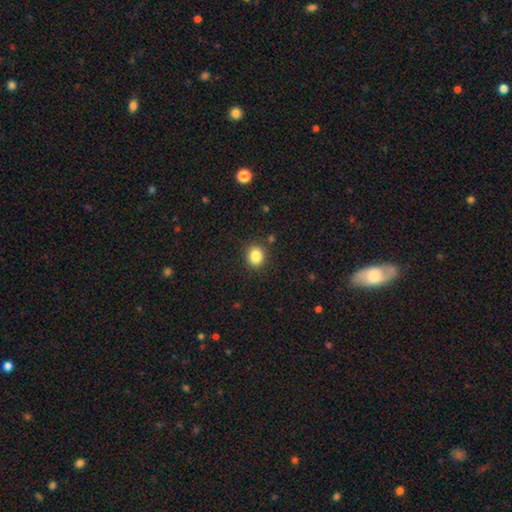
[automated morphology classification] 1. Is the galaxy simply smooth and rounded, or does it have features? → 84% smooth, 11% star or artifact, 5% featured or disk.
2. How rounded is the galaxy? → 77% round, 22% in between, 1% cigar-shaped.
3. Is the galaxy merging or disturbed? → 88% none, 8% minor disturbance, 2% major disturbance, 2% merger.